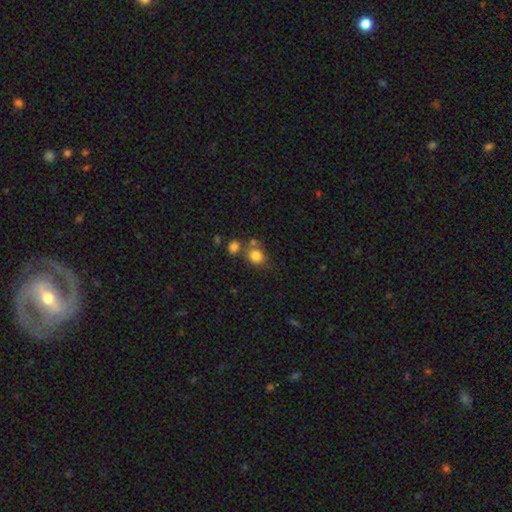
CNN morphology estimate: smooth_or_featured: smooth (p=0.81) [alt: star or artifact p=0.11]
how_rounded: round (p=0.68) [alt: in between p=0.31]
merging: none (p=0.59) [alt: merger p=0.23]